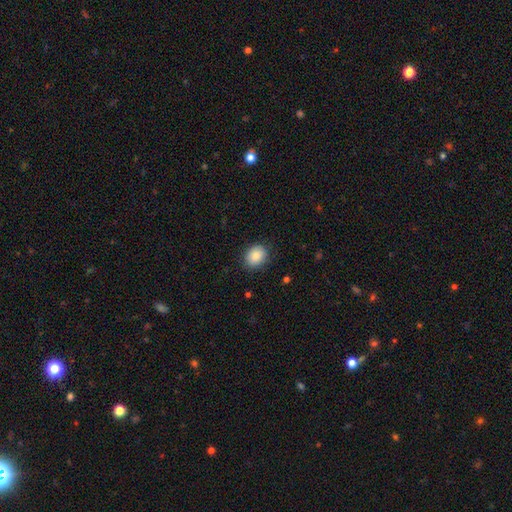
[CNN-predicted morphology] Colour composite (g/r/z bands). It shows a smooth galaxy with no disk features (85%) that is round (53%). Merging: none (86%).